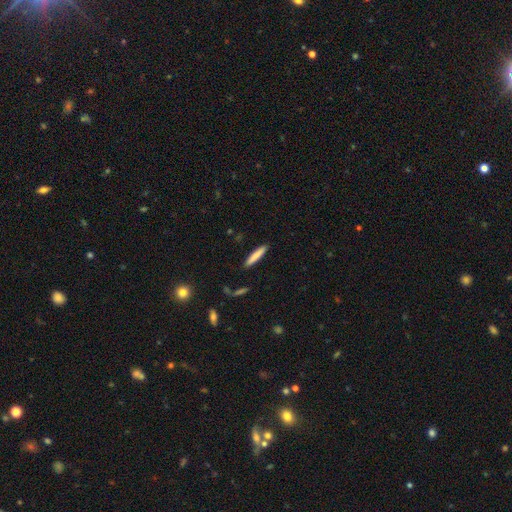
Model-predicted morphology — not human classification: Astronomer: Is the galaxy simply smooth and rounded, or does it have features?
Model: smooth — 81%.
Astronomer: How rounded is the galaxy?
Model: cigar-shaped — 92%.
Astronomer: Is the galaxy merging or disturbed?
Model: none — 90%.